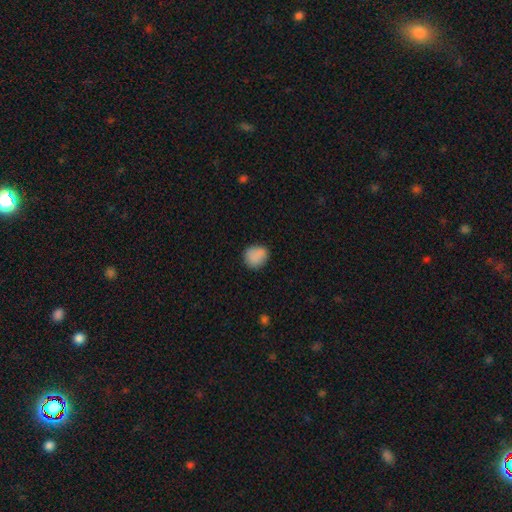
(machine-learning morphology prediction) A smooth galaxy with no disk features (88%) that is round (77%).

Vote fractions:
- Smooth or featured? smooth: 88% / star or artifact: 9% / featured or disk: 4%
- How rounded? round: 77% / in between: 22% / cigar-shaped: 1%
- Merging? none: 83% / minor disturbance: 13% / major disturbance: 3% / merger: 1%